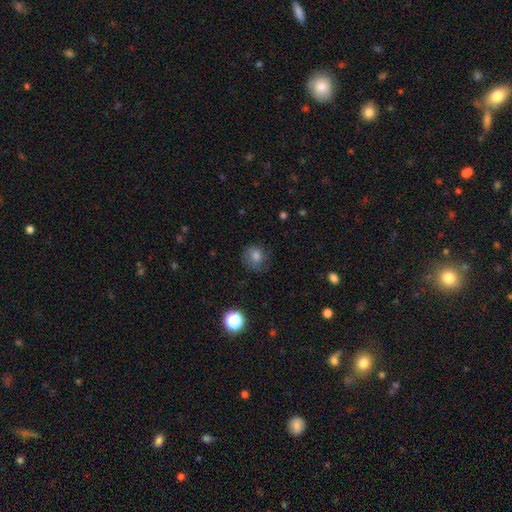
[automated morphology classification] This is likely a smooth galaxy (76%). How rounded: likely round (79%). Merging: likely none (73%).